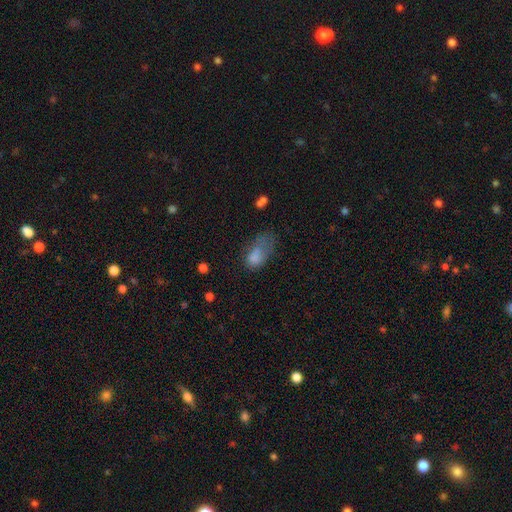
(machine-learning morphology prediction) Smooth or featured? smooth (74%)
How rounded? in between (88%)
Merging? major disturbance (45%)